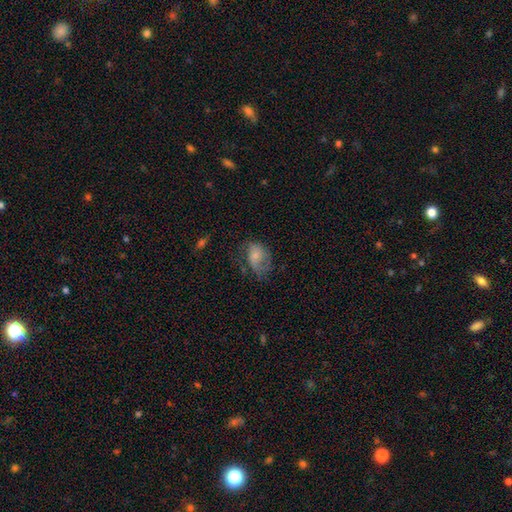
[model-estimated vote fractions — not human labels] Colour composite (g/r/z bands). It shows a smooth galaxy with no disk features (57%) that is in between round and cigar-shaped (78%). Merging: none (34%, tied with major disturbance).